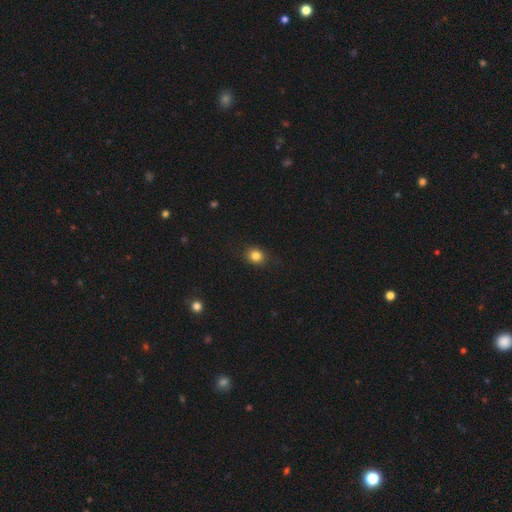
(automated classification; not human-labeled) smooth_or_featured: smooth (p=0.83) [alt: star or artifact p=0.11]
how_rounded: round (p=0.66) [alt: in between p=0.33]
merging: none (p=0.86) [alt: minor disturbance p=0.10]